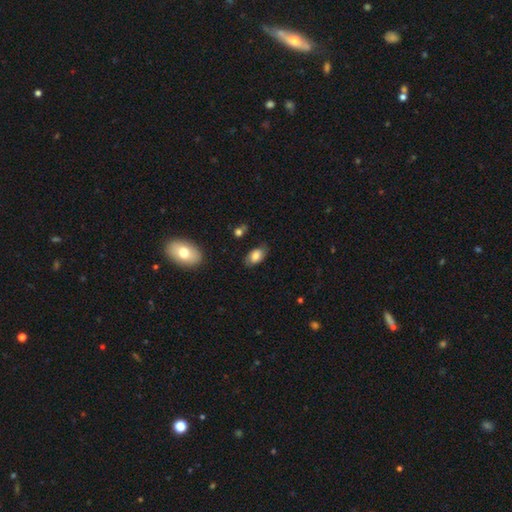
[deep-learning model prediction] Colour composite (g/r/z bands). It shows a smooth galaxy with no disk features (72%) that is in between round and cigar-shaped (92%). Merging: none (73%).